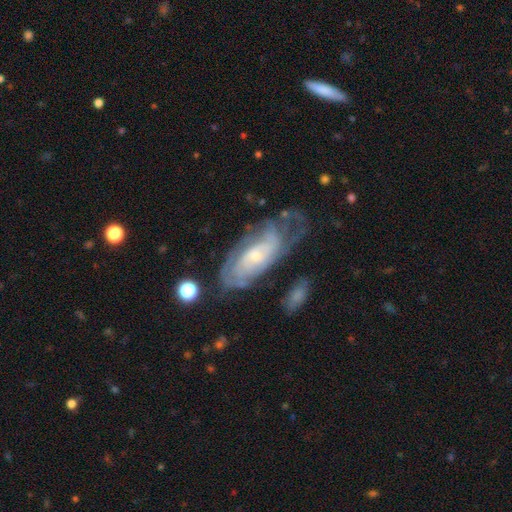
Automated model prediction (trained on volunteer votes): smooth_or_featured: featured or disk (p=0.77) [alt: smooth p=0.16]
disk_edge_on: no (p=0.91) [alt: yes p=0.09]
bar: no (p=0.66) [alt: weak p=0.28]
has_spiral_arms: yes (p=0.88) [alt: no p=0.12]
spiral_winding: tight (p=0.63) [alt: medium p=0.29]
spiral_arm_count: can't tell (p=0.54) [alt: 2 p=0.18]
bulge_size: small (p=0.63) [alt: moderate p=0.29]
merging: none (p=0.55) [alt: minor disturbance p=0.24]